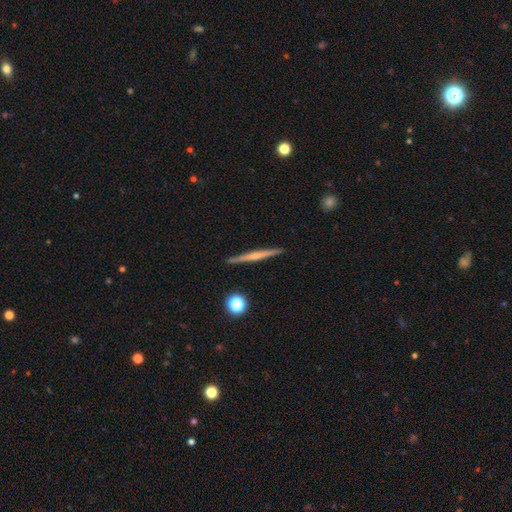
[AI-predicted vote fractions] smooth_or_featured: featured or disk (p=0.63) [alt: smooth p=0.30]
disk_edge_on: yes (p=0.98) [alt: no p=0.02]
edge_on_bulge: none (p=0.48) [alt: rounded p=0.42]
merging: none (p=0.92) [alt: minor disturbance p=0.06]